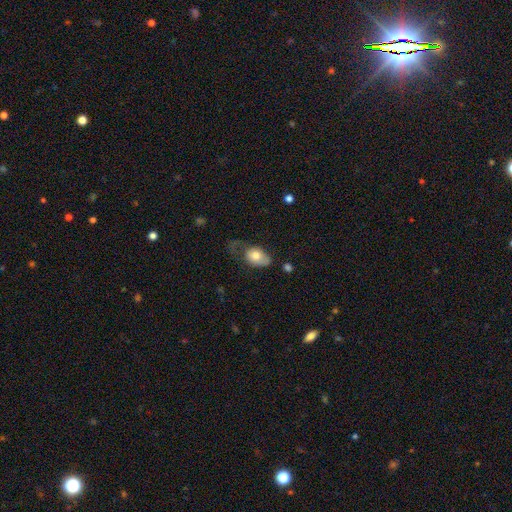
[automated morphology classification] A smooth galaxy with no disk features (69%) that is in between round and cigar-shaped (85%). Merging: major disturbance (39%).